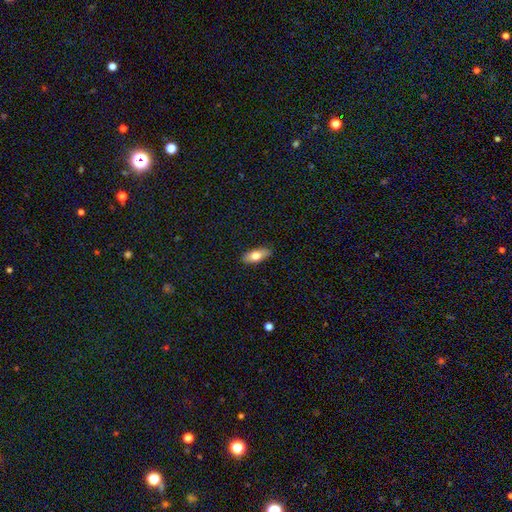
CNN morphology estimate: A smooth galaxy with no disk features (74%) that is in between round and cigar-shaped (78%).

Vote fractions:
- Smooth or featured? smooth: 74% / featured or disk: 19% / star or artifact: 6%
- How rounded? in between: 78% / cigar-shaped: 19% / round: 3%
- Merging? none: 87% / minor disturbance: 10% / major disturbance: 2% / merger: 1%